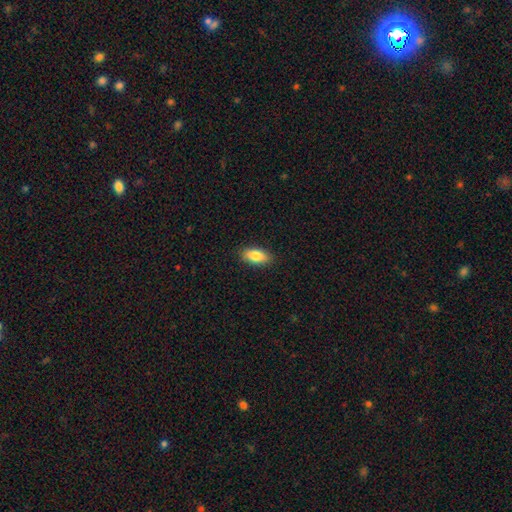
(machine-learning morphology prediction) smooth_or_featured: smooth (p=0.85) [alt: featured or disk p=0.08]
how_rounded: in between (p=0.88) [alt: cigar-shaped p=0.09]
merging: none (p=0.88) [alt: minor disturbance p=0.09]